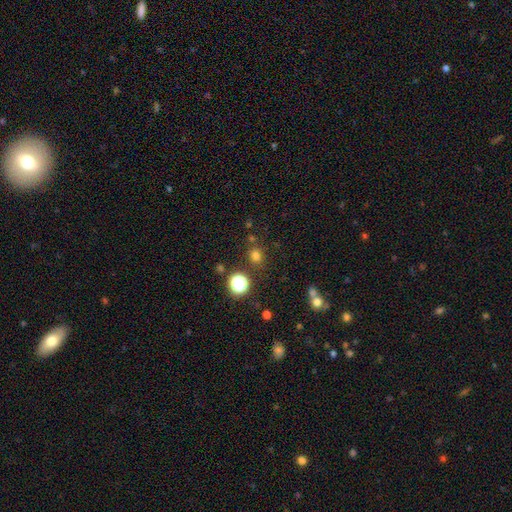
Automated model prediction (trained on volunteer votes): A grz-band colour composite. It shows a smooth galaxy with no disk features (73%) that is round (84%). Merging: none (82%).